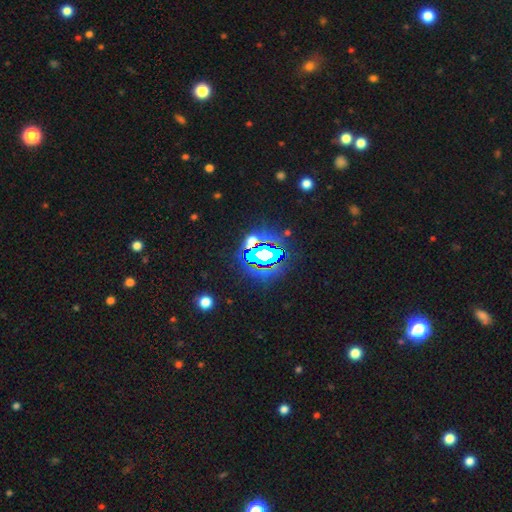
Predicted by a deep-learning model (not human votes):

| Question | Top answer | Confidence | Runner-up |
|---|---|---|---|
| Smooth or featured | star or artifact | 83% | smooth (10%) |